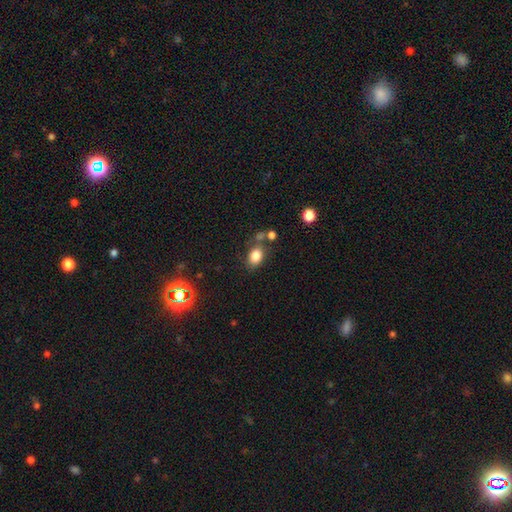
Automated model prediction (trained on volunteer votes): Smooth or featured?
  - smooth: 82% *
  - star or artifact: 11%
  - featured or disk: 7%
How rounded?
  - in between: 66% *
  - round: 32%
  - cigar-shaped: 1%
Merging?
  - none: 66% *
  - minor disturbance: 16%
  - merger: 13%
  - major disturbance: 6%